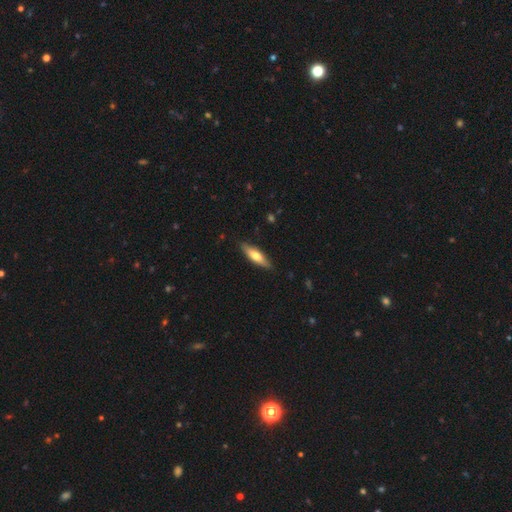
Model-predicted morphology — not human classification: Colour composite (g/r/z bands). It shows a smooth galaxy with no disk features (62%) that is cigar-shaped (60%). Merging: none (86%).